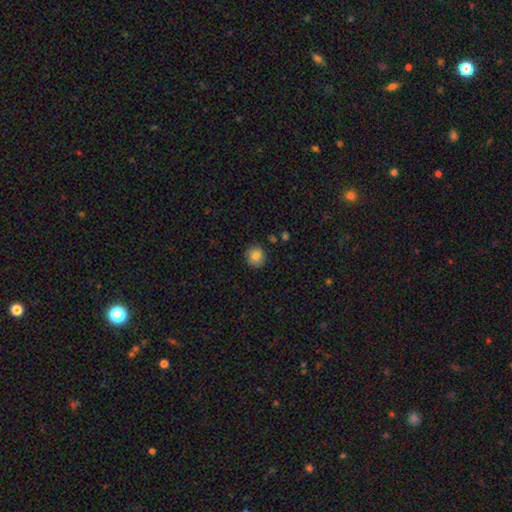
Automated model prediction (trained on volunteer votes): Overall: smooth (85%). How rounded: round (91%). Merging: none (89%).